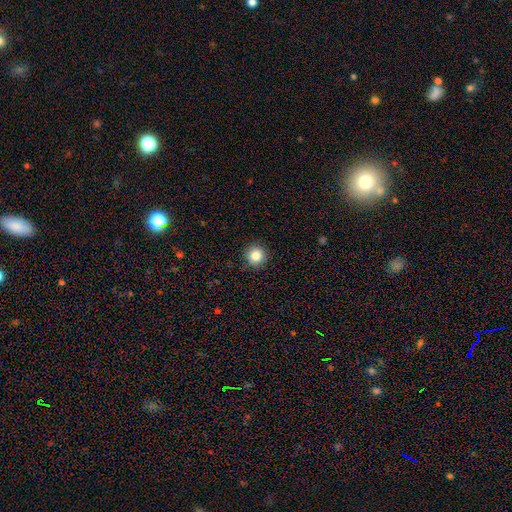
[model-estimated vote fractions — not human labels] Smooth or featured? Predicted: smooth (p=0.84). How rounded? Predicted: round (p=0.95). Merging? Predicted: none (p=0.92).